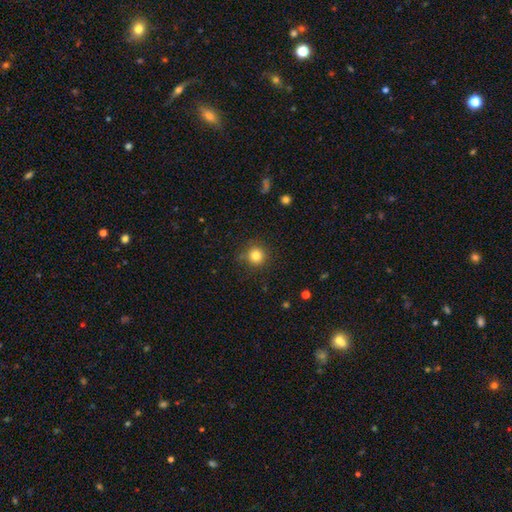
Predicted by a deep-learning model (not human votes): Smooth or featured? smooth (81%)
How rounded? round (93%)
Merging? none (85%)